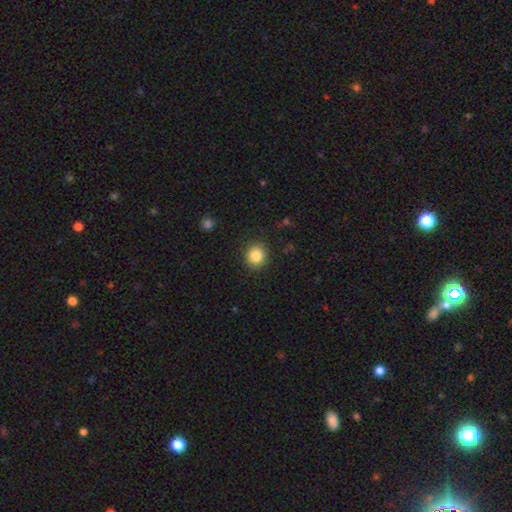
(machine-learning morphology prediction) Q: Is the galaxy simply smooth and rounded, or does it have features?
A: smooth — 85%.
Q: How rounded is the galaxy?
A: round — 86%.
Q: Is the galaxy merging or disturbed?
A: none — 89%.